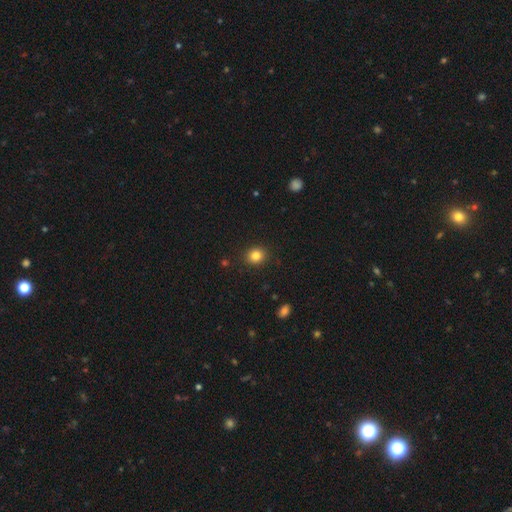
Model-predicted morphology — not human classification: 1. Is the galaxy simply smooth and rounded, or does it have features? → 83% smooth, 11% star or artifact, 5% featured or disk.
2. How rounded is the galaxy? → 74% round, 26% in between, 1% cigar-shaped.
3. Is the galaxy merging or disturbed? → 89% none, 8% minor disturbance, 2% major disturbance, 1% merger.